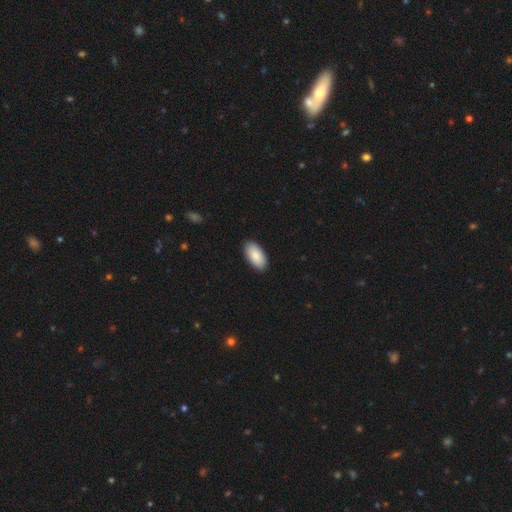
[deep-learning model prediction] Smooth or featured? smooth (88%)
How rounded? in between (95%)
Merging? none (90%)